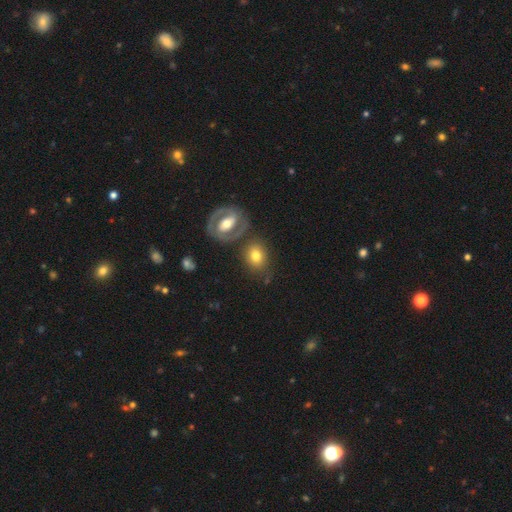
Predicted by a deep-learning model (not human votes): Q: Smooth or featured?
A: smooth (68%); runner-up: featured or disk (24%)
Q: How rounded?
A: in between (51%); runner-up: round (47%)
Q: Merging?
A: none (67%); runner-up: minor disturbance (14%)